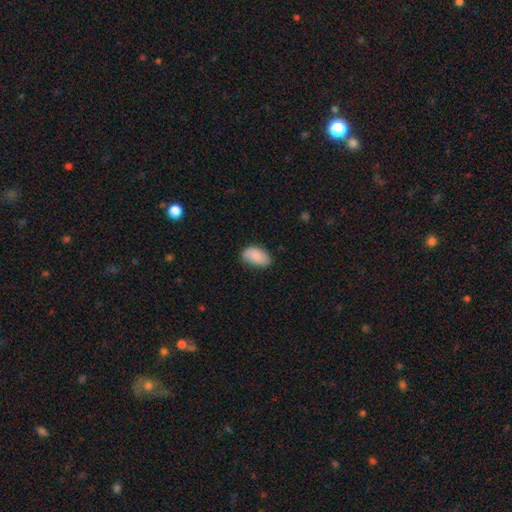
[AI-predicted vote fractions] smooth 80%, featured or disk 13%, star or artifact 7%. Down the decision tree: how rounded — in between (92%); merging — none (70%).